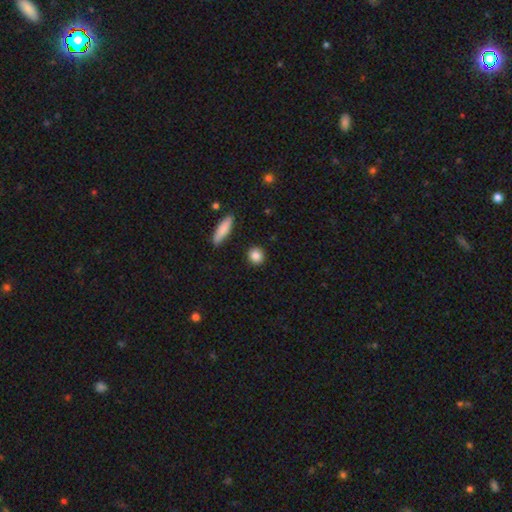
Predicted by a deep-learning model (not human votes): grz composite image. It shows a smooth galaxy with no disk features (86%) that is round (83%). Merging: none (90%).